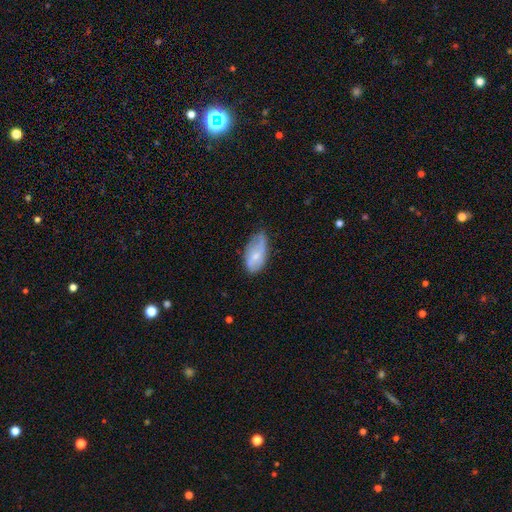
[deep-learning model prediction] Smooth or featured?
  - smooth: 50% *
  - featured or disk: 43%
  - star or artifact: 7%
Merging?
  - none: 53% *
  - minor disturbance: 36%
  - major disturbance: 10%
  - merger: 2%